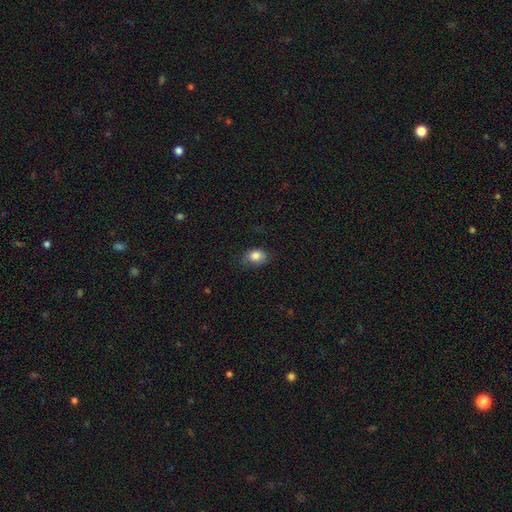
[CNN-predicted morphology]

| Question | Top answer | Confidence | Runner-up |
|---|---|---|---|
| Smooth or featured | smooth | 85% | star or artifact (9%) |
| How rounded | in between | 61% | round (38%) |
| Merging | none | 72% | minor disturbance (22%) |